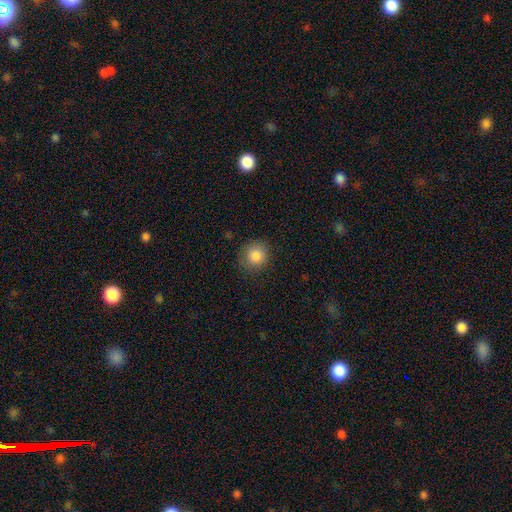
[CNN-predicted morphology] type=smooth (85%); roundness=round (90%); merging=none (85%).